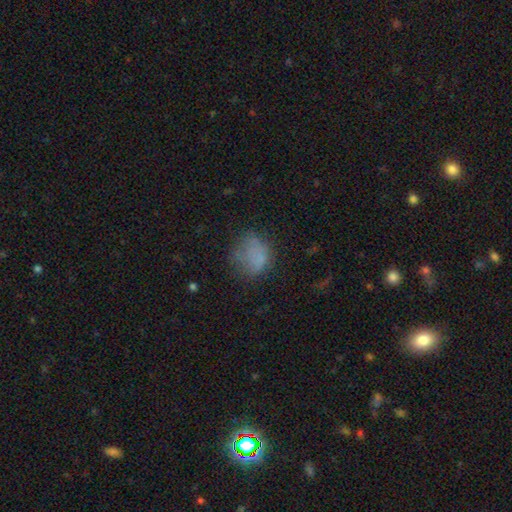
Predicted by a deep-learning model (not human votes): This is likely a smooth galaxy (67%). How rounded: likely round (63%). Merging: possibly none (52%).